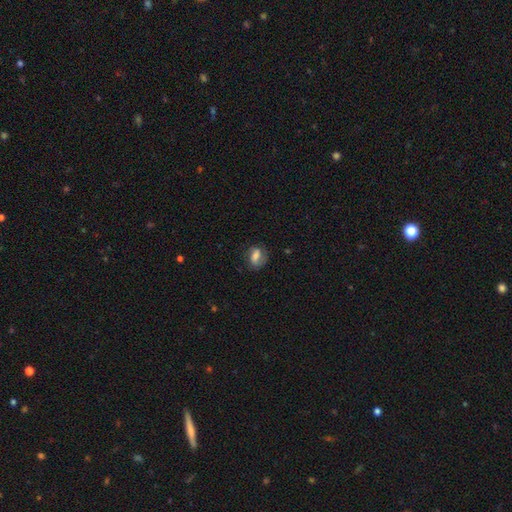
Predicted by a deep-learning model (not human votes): Overall: featured or disk (47%; smooth 44%). Merging: none (66%).